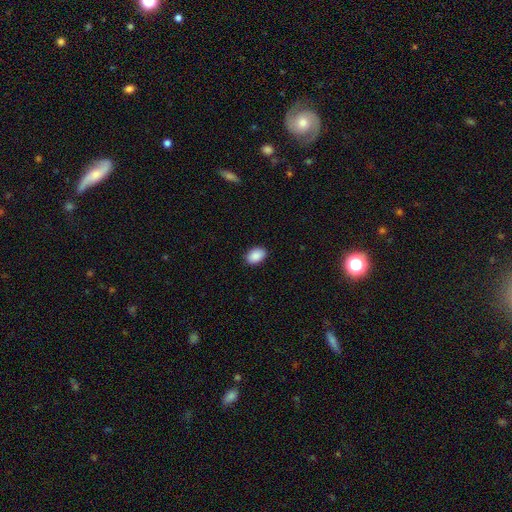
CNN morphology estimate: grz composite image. It shows a smooth galaxy with no disk features (90%) that is in between round and cigar-shaped (87%). Merging: none (89%).